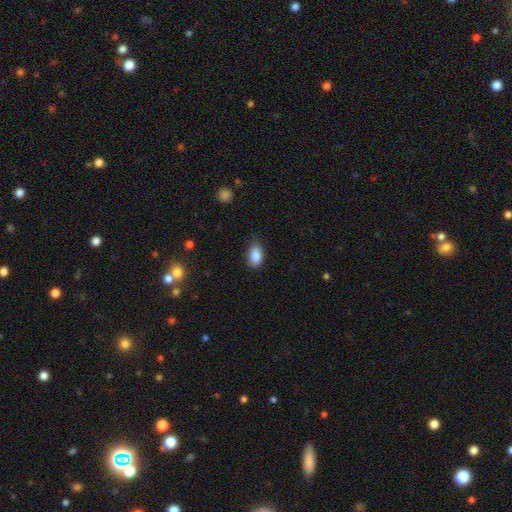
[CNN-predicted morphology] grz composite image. It shows a smooth galaxy with no disk features (87%) that is in between round and cigar-shaped (89%). Merging: none (68%).